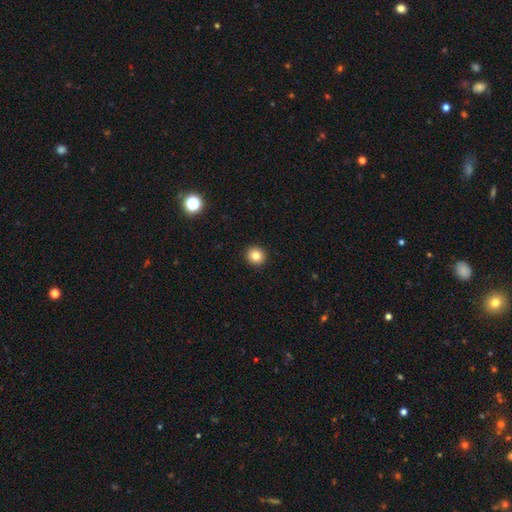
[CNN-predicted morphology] This appears to be a smooth galaxy with no disk features (81%) that is round (92%). Merging: none (93%).